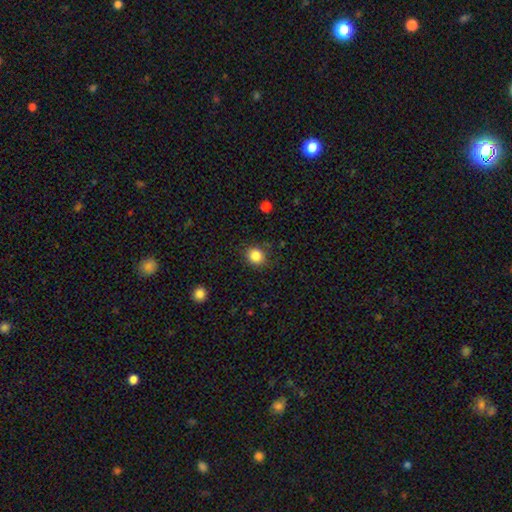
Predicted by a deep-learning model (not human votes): A smooth galaxy with no disk features (85%) that is round (81%).

Vote fractions:
- Smooth or featured? smooth: 85% / star or artifact: 10% / featured or disk: 5%
- How rounded? round: 81% / in between: 18% / cigar-shaped: 1%
- Merging? none: 85% / minor disturbance: 10% / major disturbance: 3% / merger: 1%